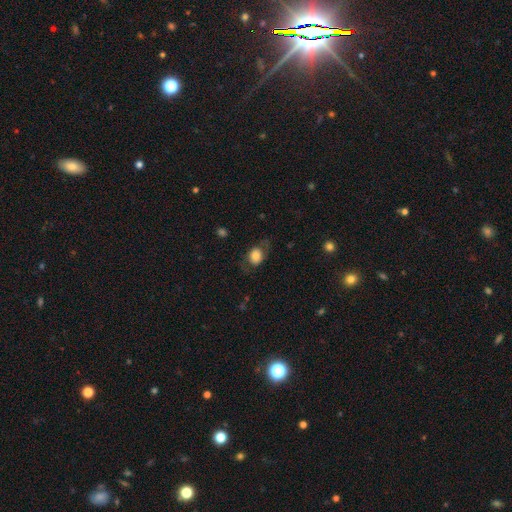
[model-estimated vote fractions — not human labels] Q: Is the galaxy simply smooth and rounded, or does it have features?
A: smooth — 68%.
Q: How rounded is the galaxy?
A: in between — 55%.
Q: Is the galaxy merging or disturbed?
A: none — 64%.